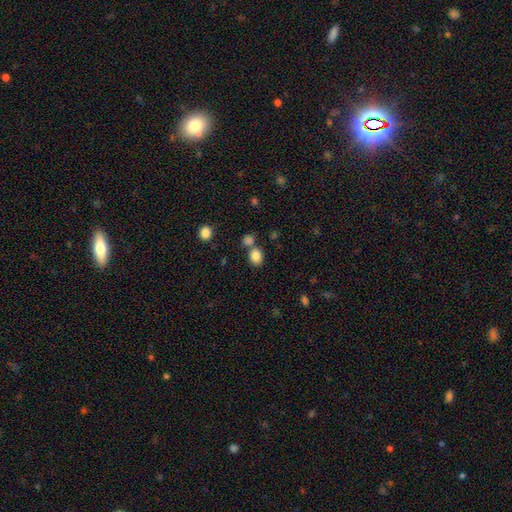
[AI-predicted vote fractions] This appears to be a smooth galaxy with no disk features (84%) that is round (54%). Merging: none (63%).